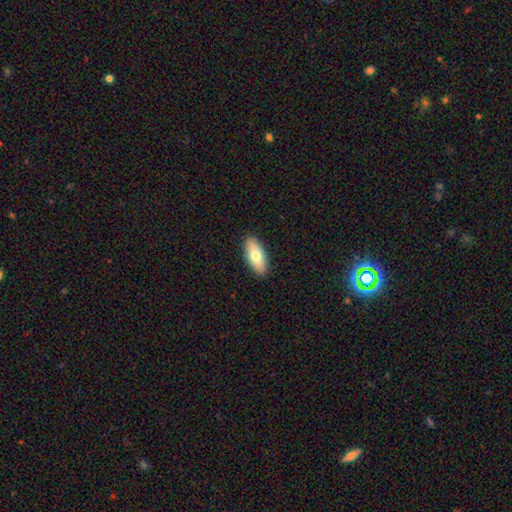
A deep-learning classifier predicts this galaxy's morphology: Smooth or featured? smooth (75%)
How rounded? in between (83%)
Merging? none (91%)